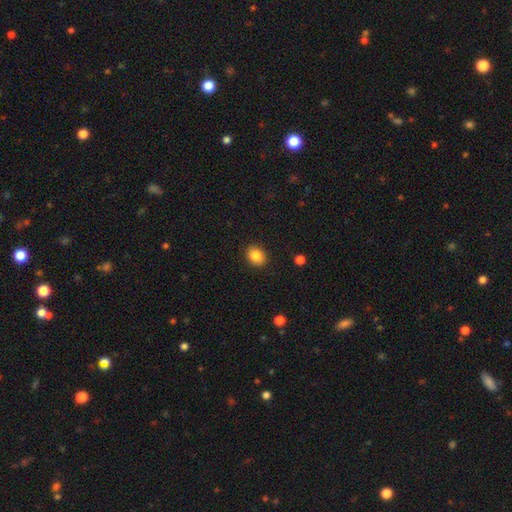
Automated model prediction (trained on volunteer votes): The model was most divided on "how rounded": round: 58%, in between: 41%, cigar-shaped: 1%. More confident: merging — none (89%); smooth or featured — smooth (86%).